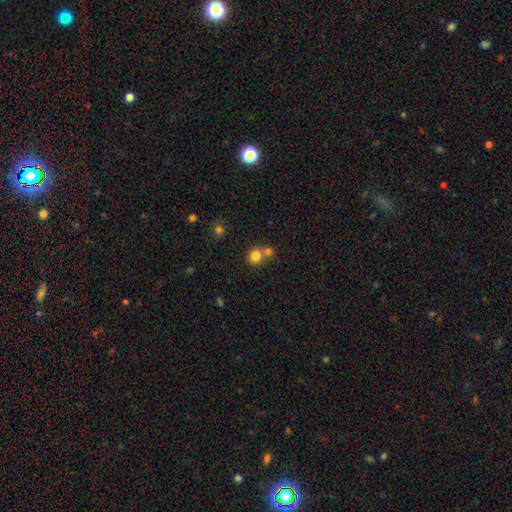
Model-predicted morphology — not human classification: This appears to be a smooth galaxy with no disk features (81%) that is round (87%). Merging: none (53%).